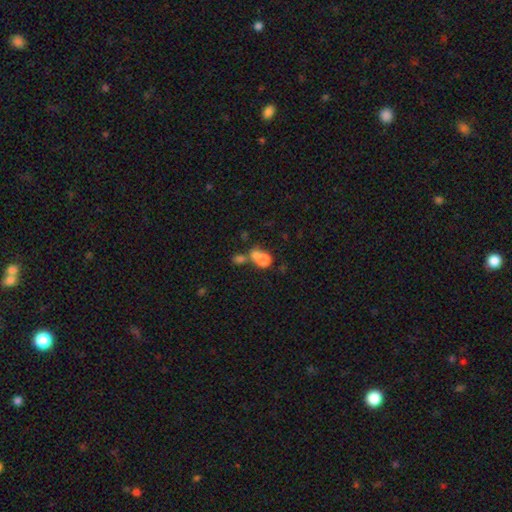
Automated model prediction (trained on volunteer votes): smooth 73%, featured or disk 15%, star or artifact 13%. Down the decision tree: how rounded — round (76%); merging — merger (56%).